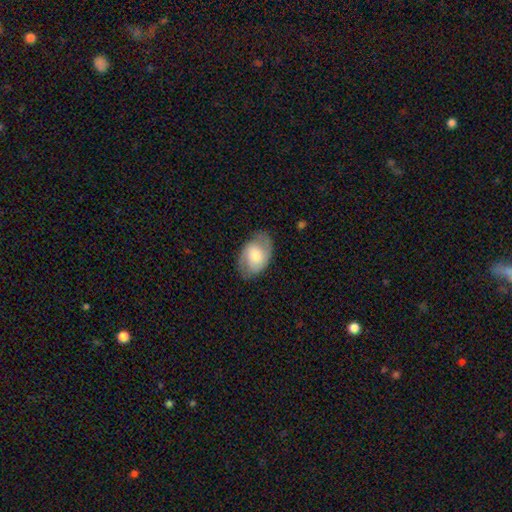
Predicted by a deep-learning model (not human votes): Smooth or featured: smooth — 49% (featured or disk — 44%)
Merging: none — 75% (minor disturbance — 18%)